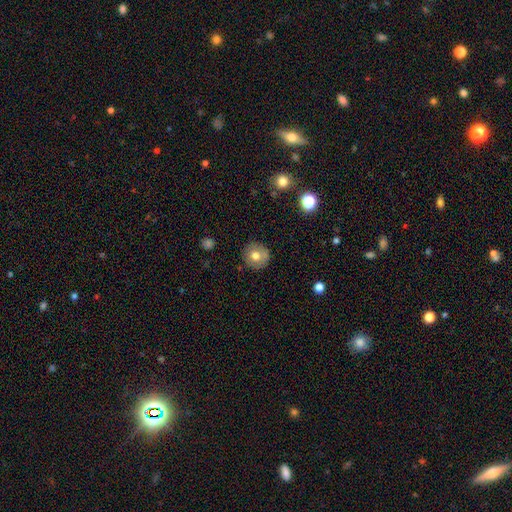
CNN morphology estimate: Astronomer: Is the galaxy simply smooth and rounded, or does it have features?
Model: smooth — 72%.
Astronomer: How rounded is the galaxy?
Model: round — 92%.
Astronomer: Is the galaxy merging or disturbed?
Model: none — 86%.